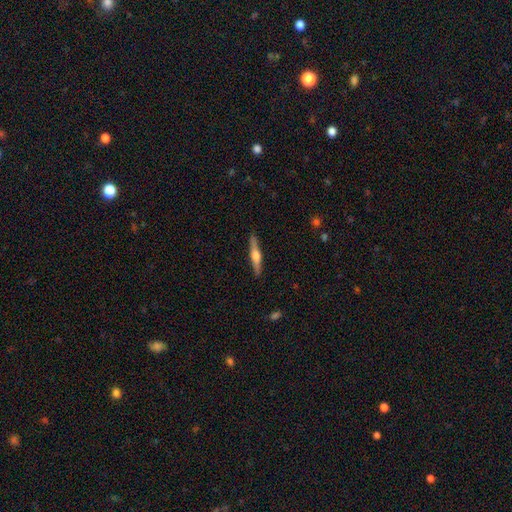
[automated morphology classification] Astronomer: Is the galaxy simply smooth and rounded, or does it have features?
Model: featured or disk — 63%.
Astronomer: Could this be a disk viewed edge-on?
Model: yes — 97%.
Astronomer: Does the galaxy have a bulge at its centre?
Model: rounded — 87%.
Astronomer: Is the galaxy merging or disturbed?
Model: none — 90%.